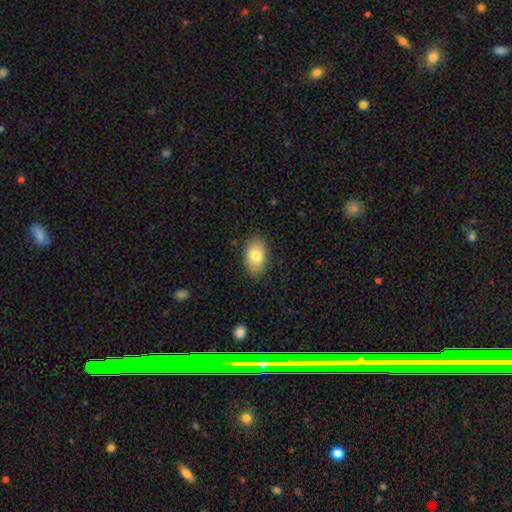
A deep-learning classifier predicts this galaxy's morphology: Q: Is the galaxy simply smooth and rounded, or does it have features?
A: smooth — 79%.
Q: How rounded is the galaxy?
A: in between — 90%.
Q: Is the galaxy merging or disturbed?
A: none — 86%.